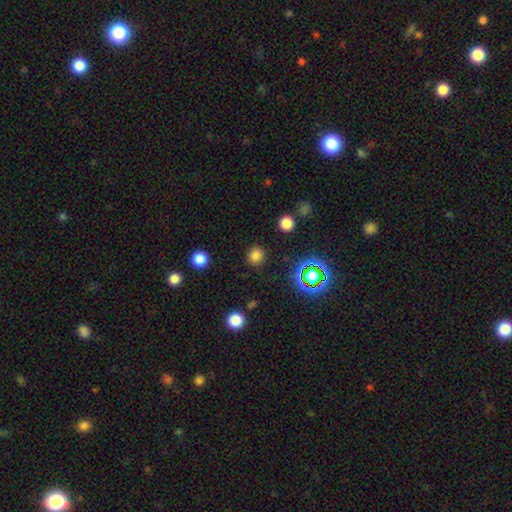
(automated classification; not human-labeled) smooth-or-featured: smooth: 77% | star or artifact: 18% | featured or disk: 5%
  how-rounded: round: 86% | in between: 13% | cigar-shaped: 1%
  merging: none: 89% | minor disturbance: 7% | major disturbance: 3% | merger: 2%